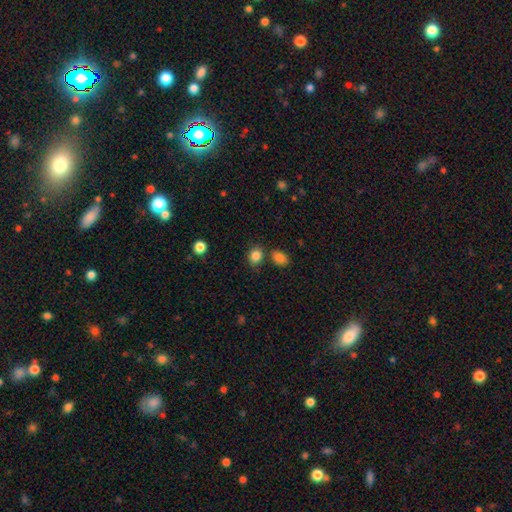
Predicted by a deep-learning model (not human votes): Smooth or featured: smooth — 85% (star or artifact — 10%)
How rounded: round — 50% (in between — 49%)
Merging: none — 72% (merger — 13%)